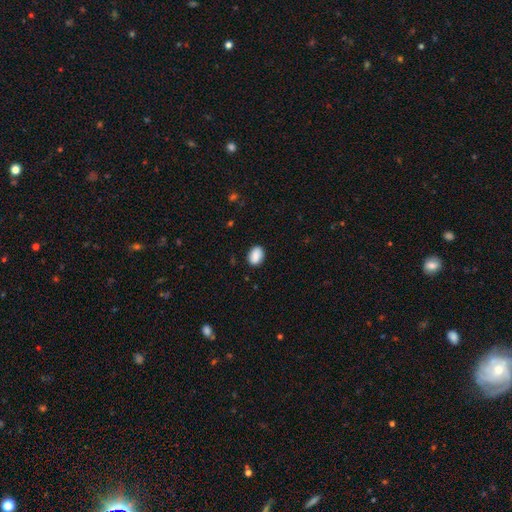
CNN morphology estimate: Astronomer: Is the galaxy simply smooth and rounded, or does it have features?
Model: smooth — 88%.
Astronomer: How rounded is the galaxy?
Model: in between — 73%.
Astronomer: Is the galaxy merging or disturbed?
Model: none — 86%.